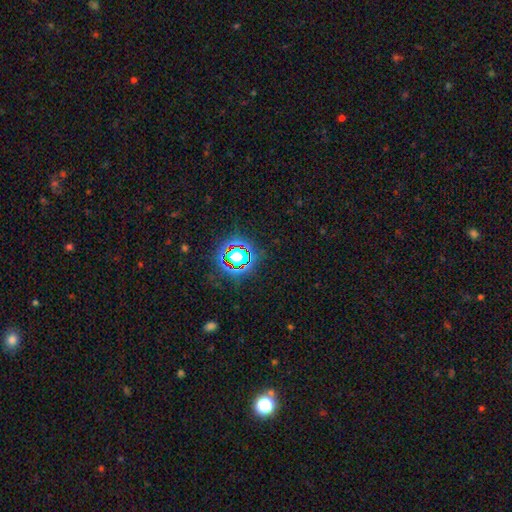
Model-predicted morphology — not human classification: Q: Smooth or featured?
A: star or artifact (80%); runner-up: smooth (12%)